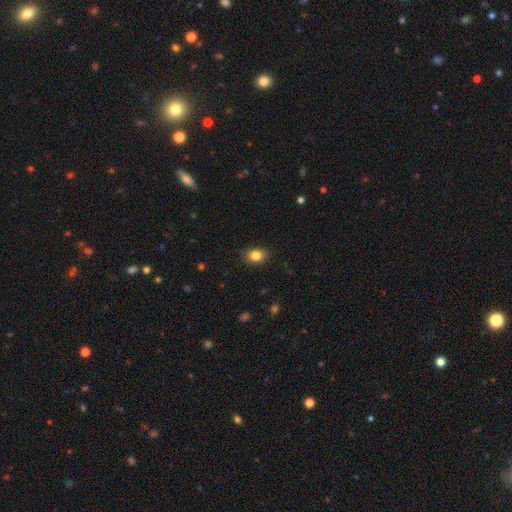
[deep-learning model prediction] Smooth or featured?
  - smooth: 84% *
  - star or artifact: 10%
  - featured or disk: 6%
How rounded?
  - in between: 66% *
  - round: 33%
  - cigar-shaped: 1%
Merging?
  - none: 87% *
  - minor disturbance: 10%
  - major disturbance: 2%
  - merger: 1%